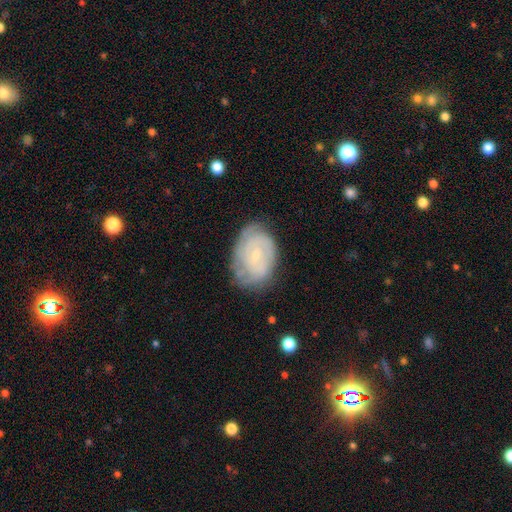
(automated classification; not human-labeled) This is likely a featured or disk galaxy (67%). It is clearly not viewed edge-on (96%). Bar: likely no (63%). Spiral arm pattern: clearly yes (81%). Spiral arm count: possibly can't tell (52%). Spiral winding: likely tight (66%). Central bulge: likely small (80%). Merging: likely none (69%).